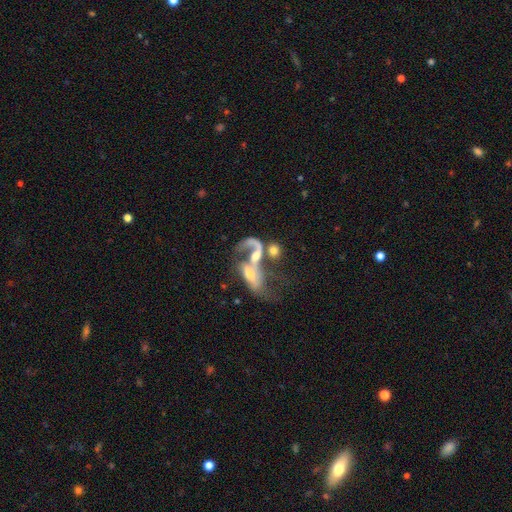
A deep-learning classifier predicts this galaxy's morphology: Smooth or featured: featured or disk — 60% (smooth — 30%)
Edge-on disk: no — 91% (yes — 9%)
Bar: no — 62% (weak — 26%)
Spiral arms: yes — 60% (no — 40%)
Bulge size: moderate — 45% (small — 26%)
Merging: merger — 67% (major disturbance — 17%)